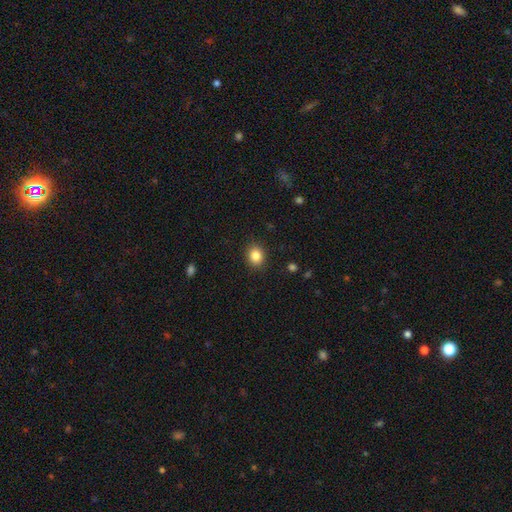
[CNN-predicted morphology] smooth_or_featured: smooth (p=0.84) [alt: star or artifact p=0.10]
how_rounded: round (p=0.66) [alt: in between p=0.34]
merging: none (p=0.90) [alt: minor disturbance p=0.07]